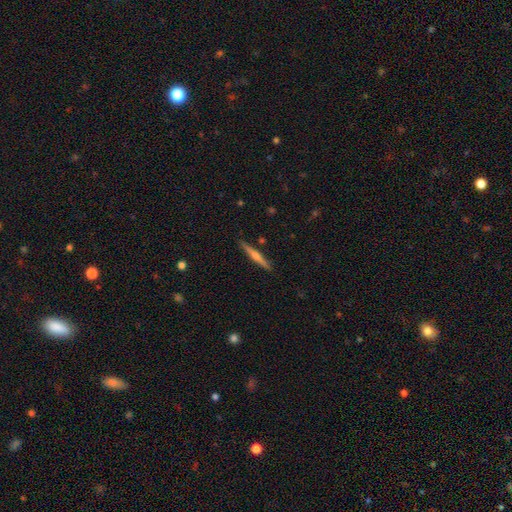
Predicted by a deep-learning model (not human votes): A featured or disk galaxy (69%) viewed edge-on (98%) with a rounded central bulge (84%).

Vote fractions:
- Smooth or featured? featured or disk: 69% / smooth: 25% / star or artifact: 6%
- Edge-on disk? yes: 98% / no: 2%
- Edge-on bulge? rounded: 84% / none: 11% / boxy: 5%
- Merging? none: 91% / minor disturbance: 7% / major disturbance: 1% / merger: 1%